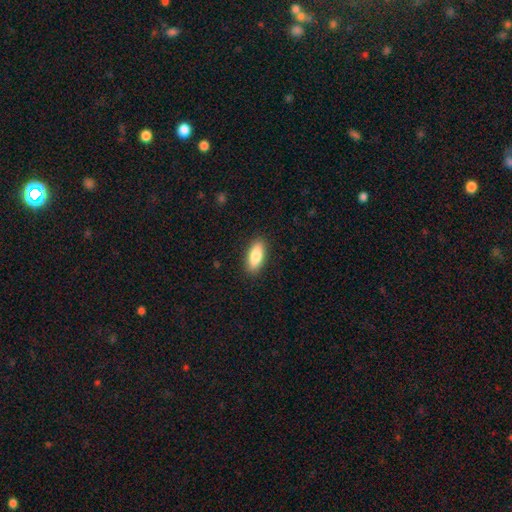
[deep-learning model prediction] A smooth galaxy with no disk features (83%) that is in between round and cigar-shaped (76%).

Vote fractions:
- Smooth or featured? smooth: 83% / featured or disk: 11% / star or artifact: 6%
- How rounded? in between: 76% / cigar-shaped: 22% / round: 2%
- Merging? none: 89% / minor disturbance: 8% / major disturbance: 2% / merger: 1%